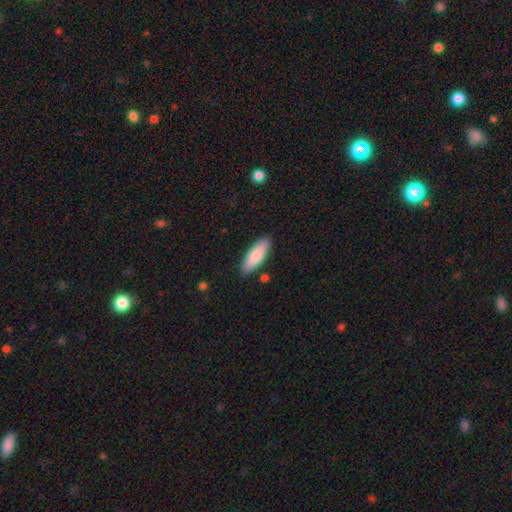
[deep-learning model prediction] Smooth or featured?
  - smooth: 84% *
  - featured or disk: 11%
  - star or artifact: 5%
How rounded?
  - in between: 62% *
  - cigar-shaped: 36%
  - round: 2%
Merging?
  - none: 86% *
  - minor disturbance: 10%
  - merger: 2%
  - major disturbance: 2%